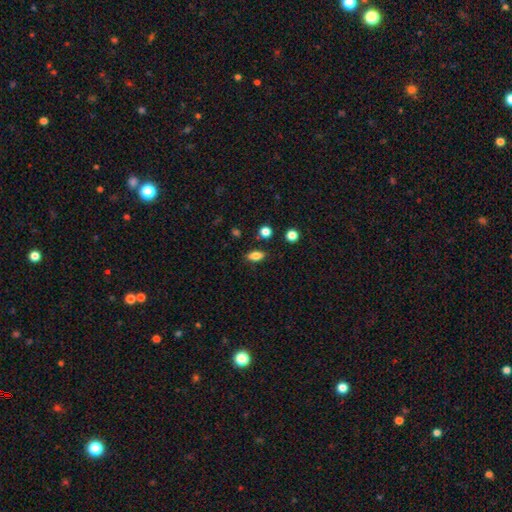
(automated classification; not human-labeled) smooth-or-featured: smooth: 82% | star or artifact: 10% | featured or disk: 8%
  how-rounded: in between: 83% | cigar-shaped: 9% | round: 8%
  merging: none: 84% | minor disturbance: 10% | major disturbance: 3% | merger: 3%